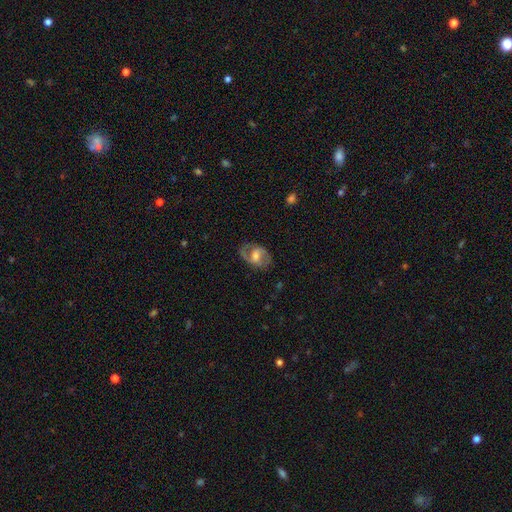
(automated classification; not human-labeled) smooth-or-featured: featured or disk: 65% | smooth: 29% | star or artifact: 7%
  disk-edge-on: no: 95% | yes: 5%
    bar: weak: 47% | no: 35% | strong: 18%
    has-spiral-arms: yes: 77% | no: 23%
    bulge-size: moderate: 54% | large: 22% | small: 18% | none: 5% | dominant: 2%
  merging: none: 73% | minor disturbance: 17% | major disturbance: 8% | merger: 1%